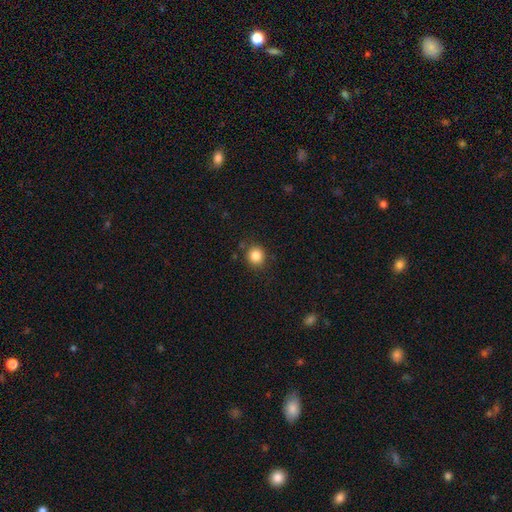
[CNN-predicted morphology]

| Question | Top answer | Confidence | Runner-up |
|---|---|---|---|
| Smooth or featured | smooth | 85% | star or artifact (11%) |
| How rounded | round | 86% | in between (13%) |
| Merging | none | 85% | minor disturbance (10%) |